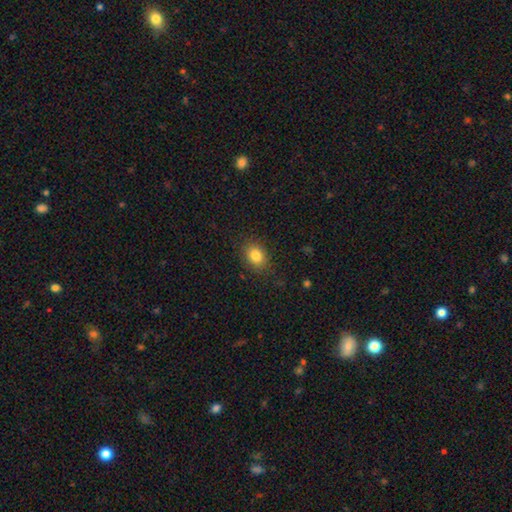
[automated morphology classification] Smooth or featured? smooth (83%)
How rounded? in between (58%)
Merging? none (85%)